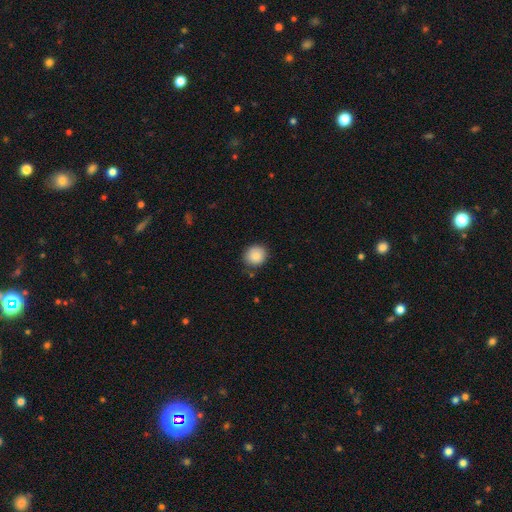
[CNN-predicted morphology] Smooth or featured: smooth — 85% (star or artifact — 8%)
How rounded: round — 86% (in between — 13%)
Merging: none — 83% (minor disturbance — 12%)